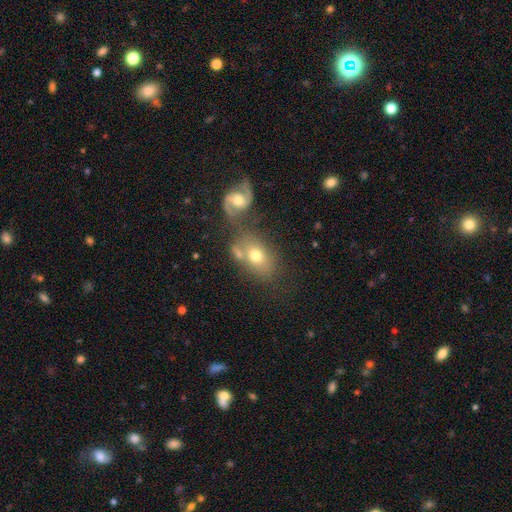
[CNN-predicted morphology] A smooth galaxy with no disk features (55%) that is in between round and cigar-shaped (72%).

Vote fractions:
- Smooth or featured? smooth: 55% / featured or disk: 36% / star or artifact: 9%
- How rounded? in between: 72% / round: 27% / cigar-shaped: 2%
- Merging? none: 45% / merger: 34% / minor disturbance: 14% / major disturbance: 7%